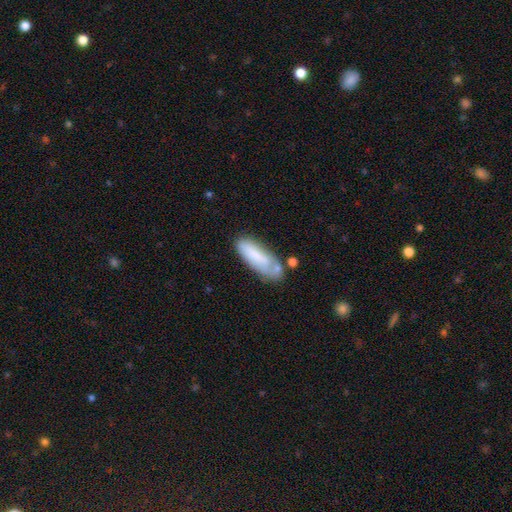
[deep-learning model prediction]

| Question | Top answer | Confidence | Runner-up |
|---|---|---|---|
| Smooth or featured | smooth | 71% | featured or disk (22%) |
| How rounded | in between | 53% | cigar-shaped (45%) |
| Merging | none | 53% | minor disturbance (25%) |